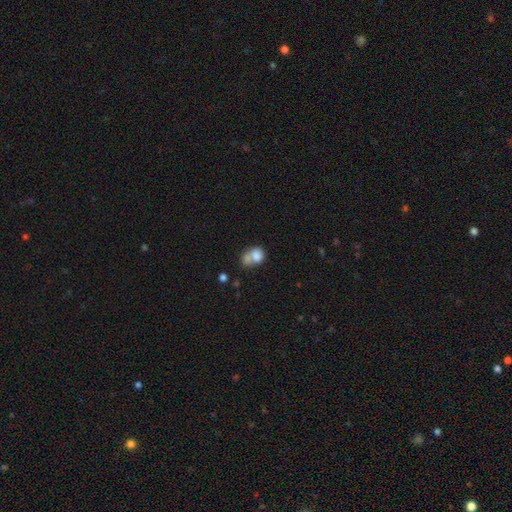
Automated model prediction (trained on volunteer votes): Smooth or featured?
  - smooth: 76% *
  - featured or disk: 14%
  - star or artifact: 10%
How rounded?
  - in between: 54% *
  - round: 45%
  - cigar-shaped: 1%
Merging?
  - merger: 59% *
  - none: 22%
  - minor disturbance: 11%
  - major disturbance: 8%